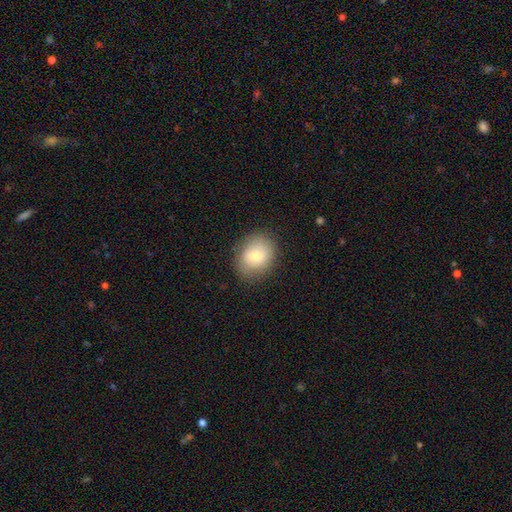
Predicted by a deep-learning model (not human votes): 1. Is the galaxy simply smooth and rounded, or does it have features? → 77% smooth, 16% featured or disk, 8% star or artifact.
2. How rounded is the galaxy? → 51% round, 48% in between, 1% cigar-shaped.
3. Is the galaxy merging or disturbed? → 82% none, 13% minor disturbance, 4% major disturbance, 1% merger.